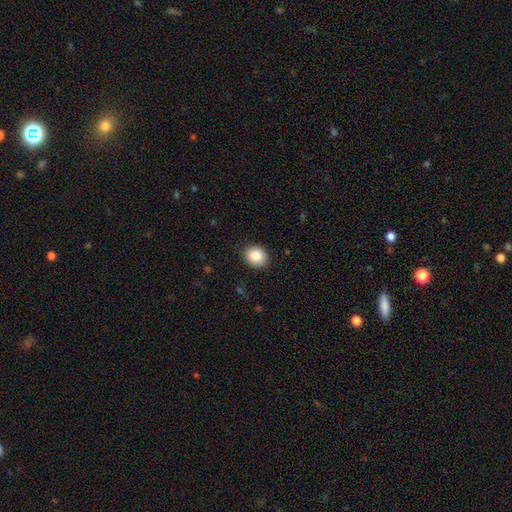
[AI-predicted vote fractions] This appears to be a smooth galaxy with no disk features (86%) that is round (66%). Merging: none (89%).